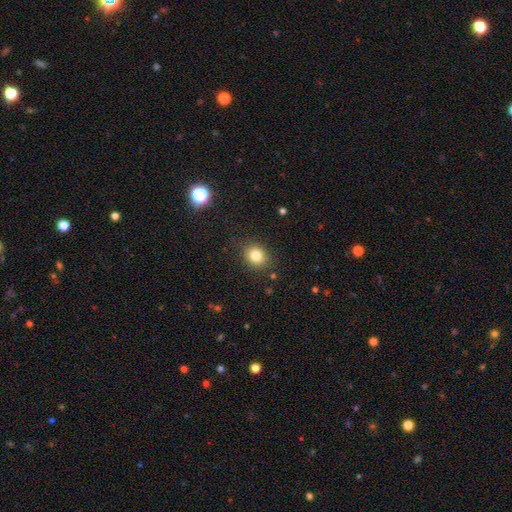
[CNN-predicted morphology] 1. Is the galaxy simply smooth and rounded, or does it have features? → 81% smooth, 12% star or artifact, 7% featured or disk.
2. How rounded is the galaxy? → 64% round, 36% in between, 1% cigar-shaped.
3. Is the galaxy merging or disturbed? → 86% none, 10% minor disturbance, 3% major disturbance, 2% merger.